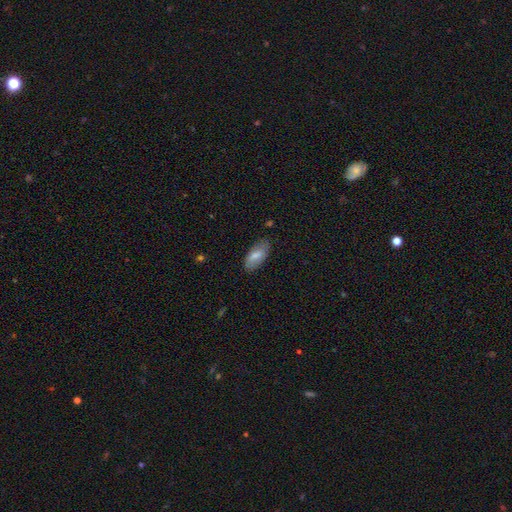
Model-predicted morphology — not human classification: Smooth or featured? Predicted: smooth (p=0.74). How rounded? Predicted: in between (p=0.89). Merging? Predicted: none (p=0.79).